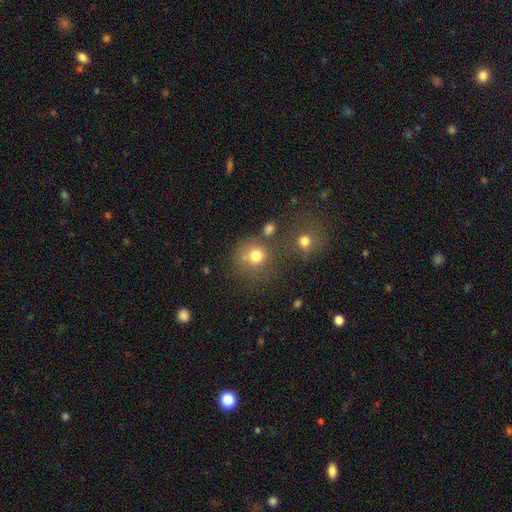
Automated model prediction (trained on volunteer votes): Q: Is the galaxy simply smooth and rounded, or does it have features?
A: smooth — 76%.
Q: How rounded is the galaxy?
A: round — 86%.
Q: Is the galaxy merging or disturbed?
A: none — 59%.